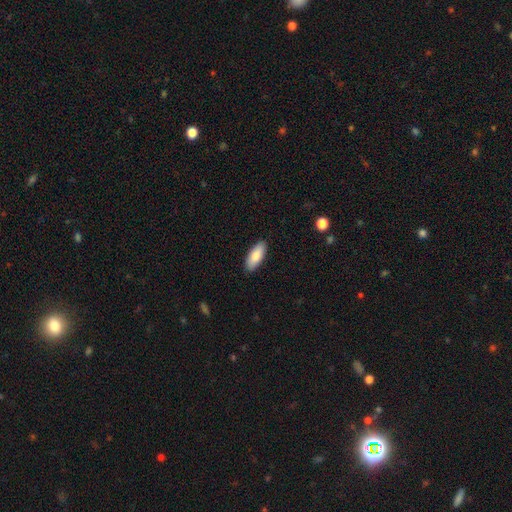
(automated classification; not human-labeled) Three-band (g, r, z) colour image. It shows a smooth galaxy with no disk features (84%) that is in between round and cigar-shaped (76%). Merging: none (89%).